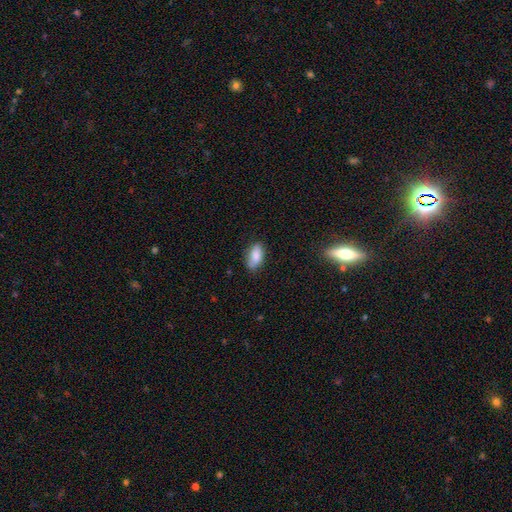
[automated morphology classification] Overall: smooth (85%). How rounded: in between (91%). Merging: none (79%).